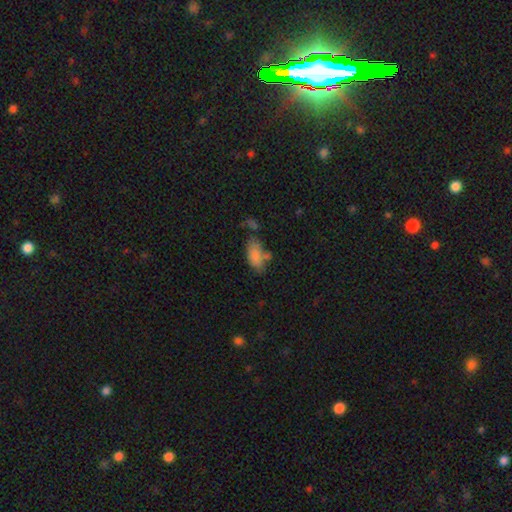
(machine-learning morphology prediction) Smooth or featured: smooth — 79% (featured or disk — 12%)
How rounded: in between — 91% (cigar-shaped — 5%)
Merging: none — 42% (minor disturbance — 25%)